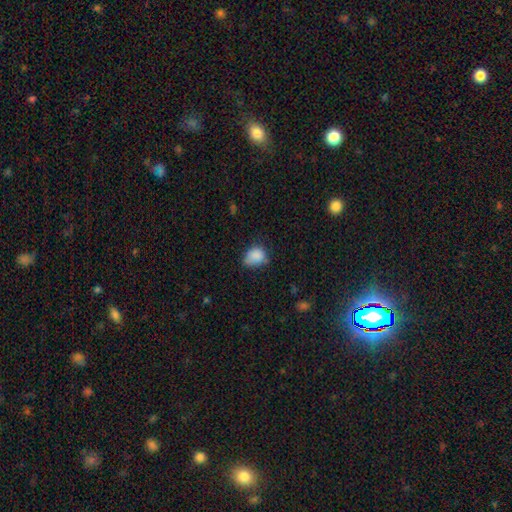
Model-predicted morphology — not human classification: Smooth or featured?
  - smooth: 85% *
  - star or artifact: 9%
  - featured or disk: 6%
How rounded?
  - in between: 54% *
  - round: 45%
  - cigar-shaped: 1%
Merging?
  - none: 51% *
  - minor disturbance: 37%
  - major disturbance: 9%
  - merger: 3%